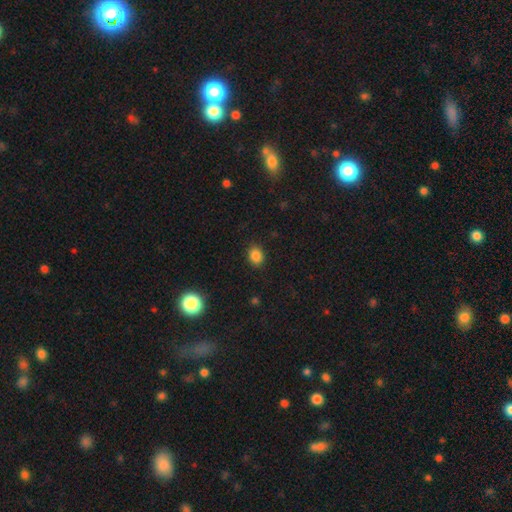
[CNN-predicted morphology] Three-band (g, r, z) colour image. It shows a smooth galaxy with no disk features (84%) that is round (54%). Merging: none (88%).